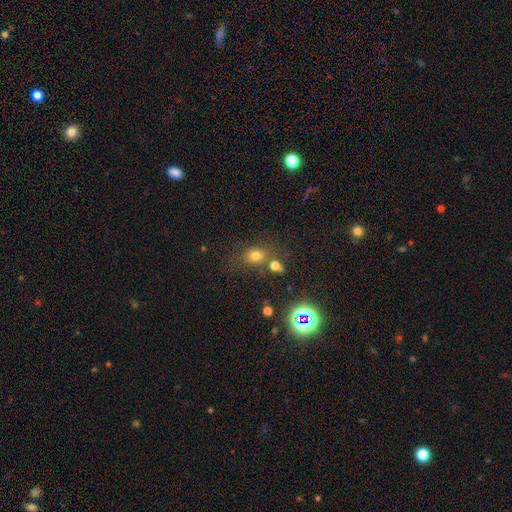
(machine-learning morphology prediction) This appears to be a smooth galaxy with no disk features (68%) that is round (59%). Merging: none (66%).